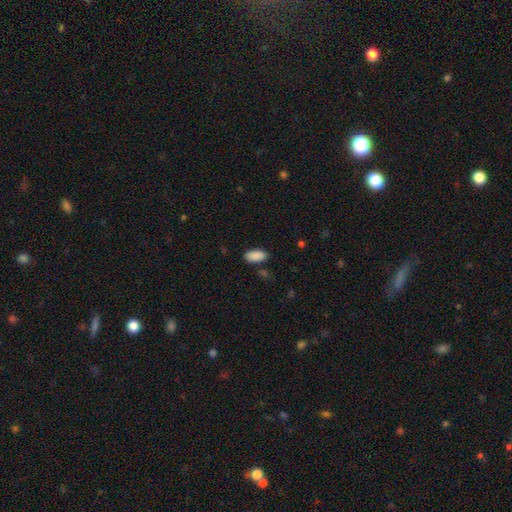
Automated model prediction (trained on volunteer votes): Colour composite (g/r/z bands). It shows a smooth galaxy with no disk features (90%) that is in between round and cigar-shaped (93%). Merging: none (83%).